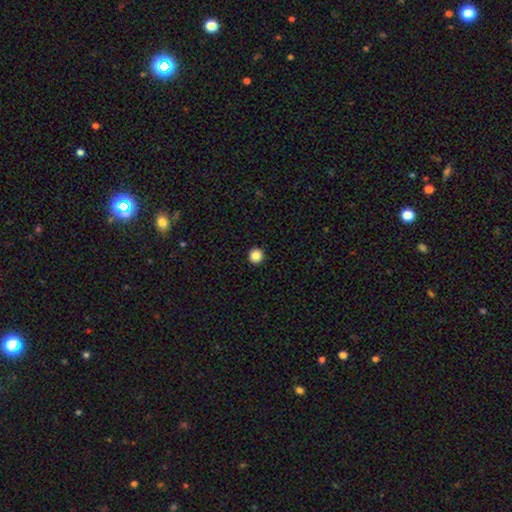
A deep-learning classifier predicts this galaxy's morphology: The model was most divided on "smooth or featured": smooth: 87%, star or artifact: 10%, featured or disk: 3%. More confident: how rounded — round (96%); merging — none (94%).